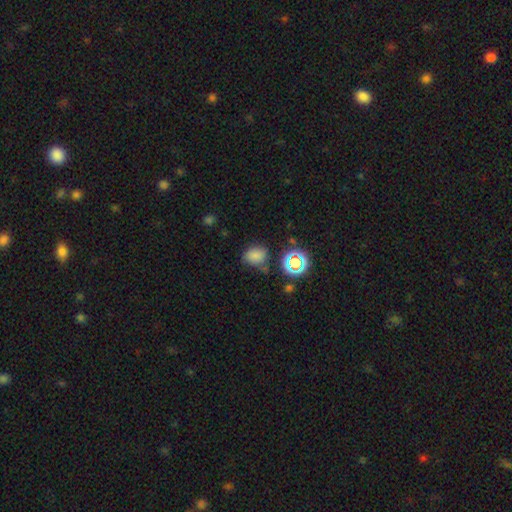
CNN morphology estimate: smooth 70%, star or artifact 21%, featured or disk 9%. Down the decision tree: how rounded — in between (58%); merging — none (60%).